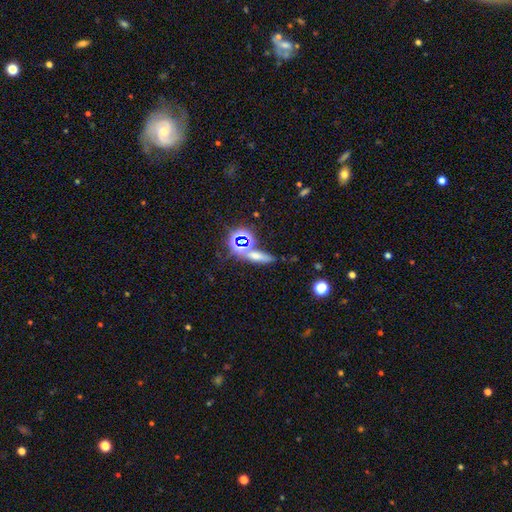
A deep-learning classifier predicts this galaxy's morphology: Smooth or featured?
  - smooth: 51% *
  - star or artifact: 31%
  - featured or disk: 17%
How rounded?
  - cigar-shaped: 55% *
  - in between: 33%
  - round: 12%
Merging?
  - none: 67% *
  - merger: 15%
  - minor disturbance: 13%
  - major disturbance: 6%